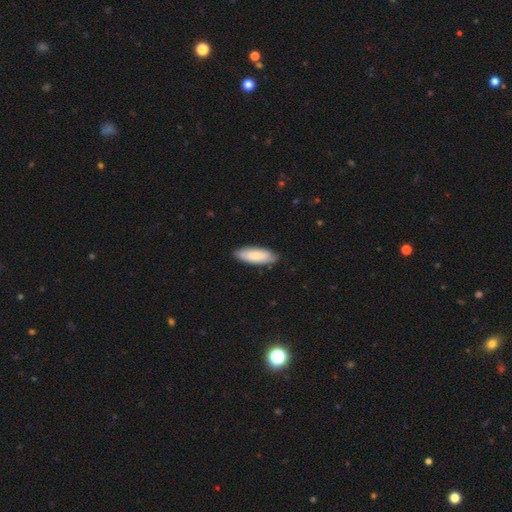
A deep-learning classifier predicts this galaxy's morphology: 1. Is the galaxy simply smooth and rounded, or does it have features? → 76% smooth, 19% featured or disk, 5% star or artifact.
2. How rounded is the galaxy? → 69% in between, 29% cigar-shaped, 2% round.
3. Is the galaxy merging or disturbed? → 82% none, 14% minor disturbance, 2% major disturbance, 1% merger.